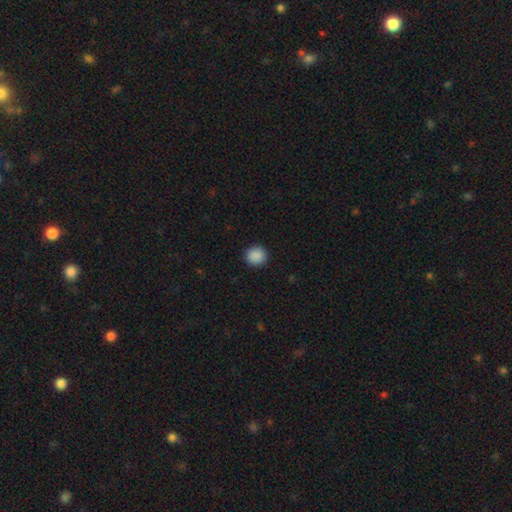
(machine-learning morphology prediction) Smooth or featured? smooth (90%)
How rounded? round (92%)
Merging? none (92%)